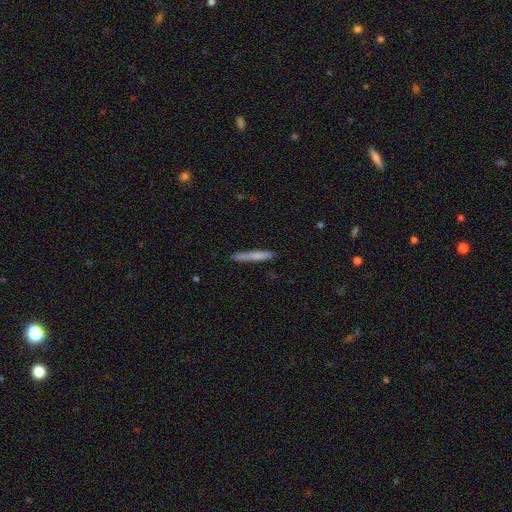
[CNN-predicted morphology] This appears to be a smooth galaxy with no disk features (64%) that is cigar-shaped (96%). Merging: none (85%).